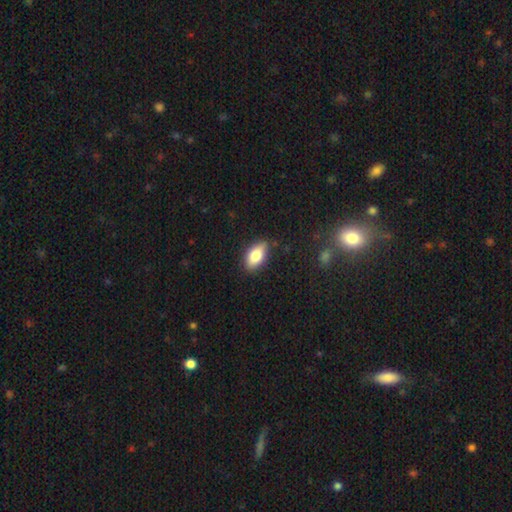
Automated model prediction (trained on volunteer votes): Smooth or featured: smooth — 78% (featured or disk — 15%)
How rounded: in between — 89% (cigar-shaped — 6%)
Merging: none — 82% (minor disturbance — 14%)